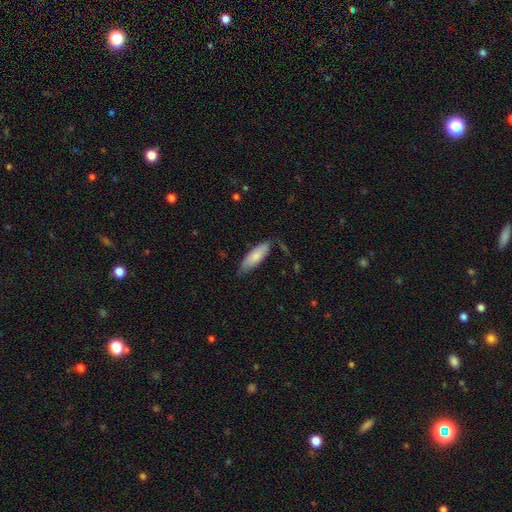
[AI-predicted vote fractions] Overall: smooth (80%). How rounded: in between (57%; cigar-shaped 41%). Merging: none (72%).